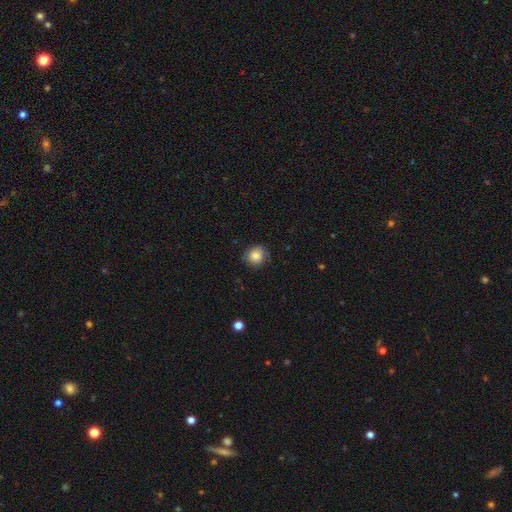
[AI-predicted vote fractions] smooth 77%, featured or disk 14%, star or artifact 9%. Down the decision tree: how rounded — round (84%); merging — none (75%).